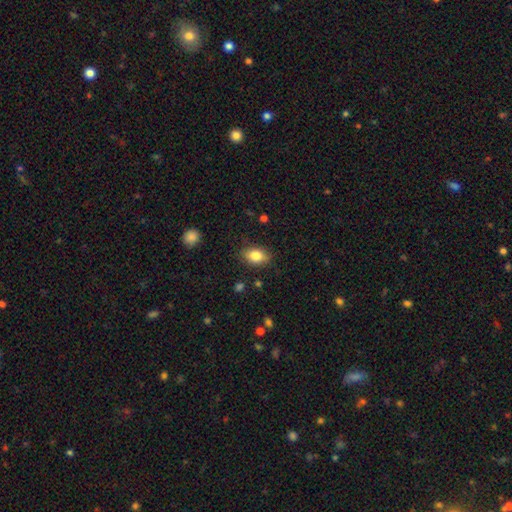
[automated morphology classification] Q: Smooth or featured?
A: smooth (84%); runner-up: featured or disk (8%)
Q: How rounded?
A: in between (83%); runner-up: round (16%)
Q: Merging?
A: none (83%); runner-up: minor disturbance (13%)